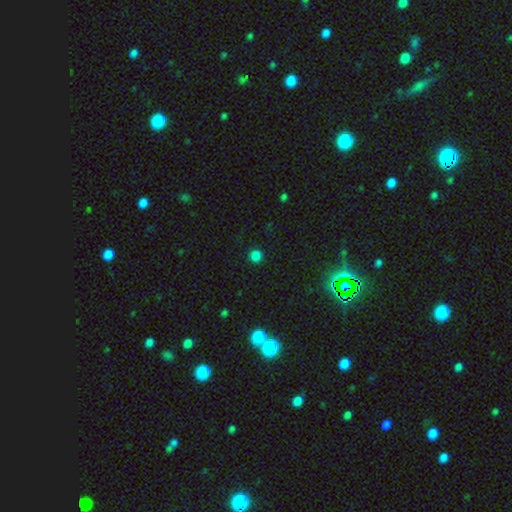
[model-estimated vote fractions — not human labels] smooth-or-featured: smooth: 78% | star or artifact: 18% | featured or disk: 3%
  how-rounded: round: 92% | in between: 7% | cigar-shaped: 1%
  merging: none: 89% | minor disturbance: 7% | major disturbance: 2% | merger: 1%